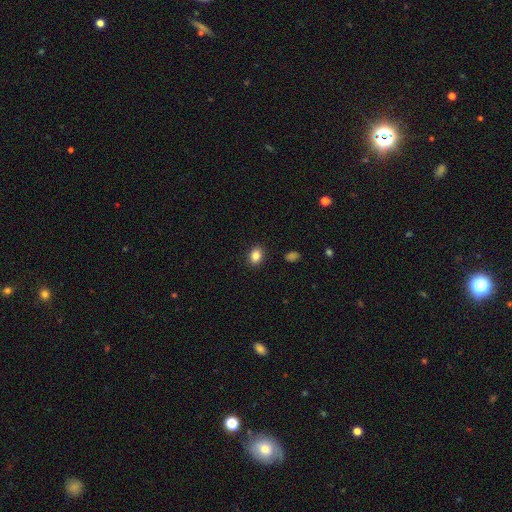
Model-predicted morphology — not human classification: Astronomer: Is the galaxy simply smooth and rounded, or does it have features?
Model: smooth — 85%.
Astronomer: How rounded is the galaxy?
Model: in between — 66%.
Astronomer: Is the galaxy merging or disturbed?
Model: none — 89%.